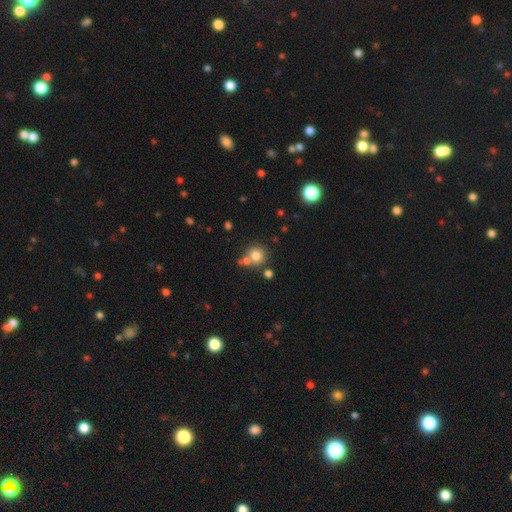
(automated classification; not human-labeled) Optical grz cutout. It shows a smooth galaxy with no disk features (77%) that is round (89%). Merging: none (59%).